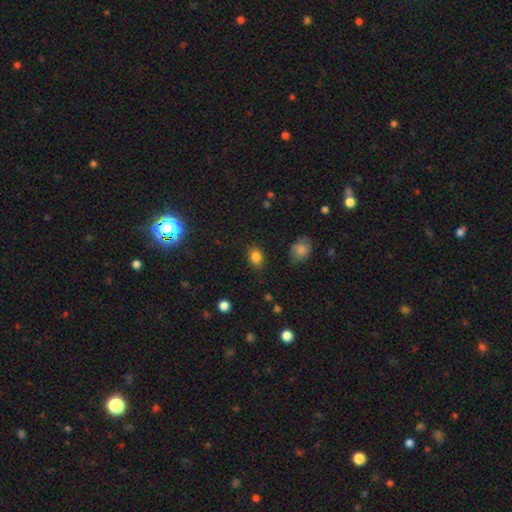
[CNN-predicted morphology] smooth_or_featured: smooth (p=0.83) [alt: star or artifact p=0.12]
how_rounded: round (p=0.51) [alt: in between p=0.48]
merging: none (p=0.81) [alt: minor disturbance p=0.14]